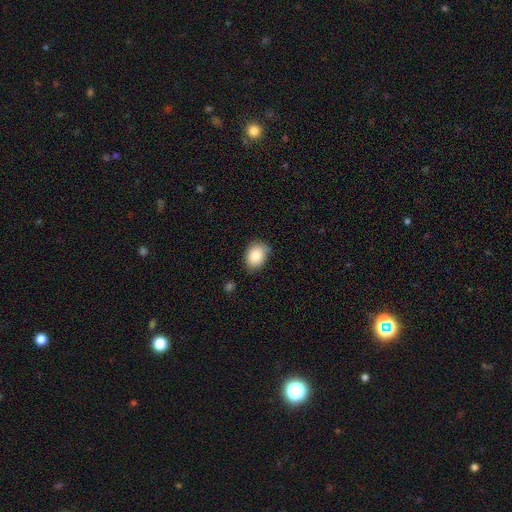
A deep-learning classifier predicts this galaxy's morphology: A smooth galaxy with no disk features (84%) that is in between round and cigar-shaped (66%).

Vote fractions:
- Smooth or featured? smooth: 84% / featured or disk: 8% / star or artifact: 8%
- How rounded? in between: 66% / round: 33% / cigar-shaped: 1%
- Merging? none: 67% / minor disturbance: 27% / major disturbance: 5% / merger: 2%